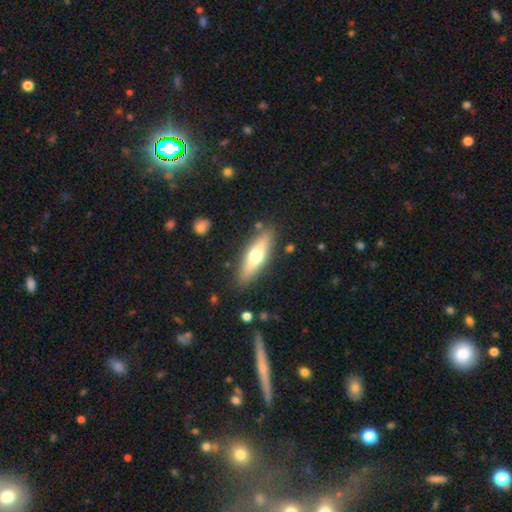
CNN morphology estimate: Smooth or featured? Predicted: smooth (p=0.52). How rounded? Predicted: cigar-shaped (p=0.62). Merging? Predicted: none (p=0.85).